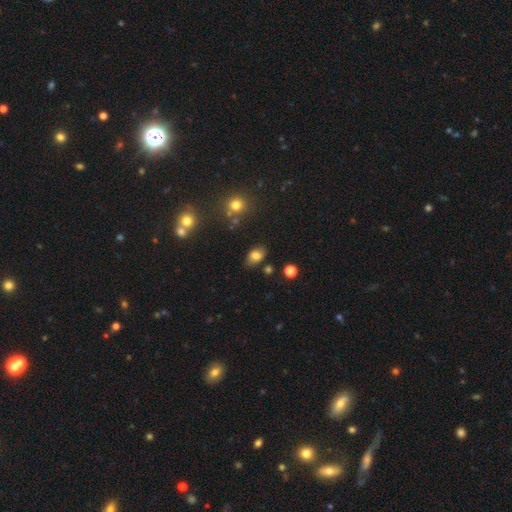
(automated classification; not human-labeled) smooth 79%, featured or disk 11%, star or artifact 10%. Down the decision tree: how rounded — in between (87%); merging — none (77%).